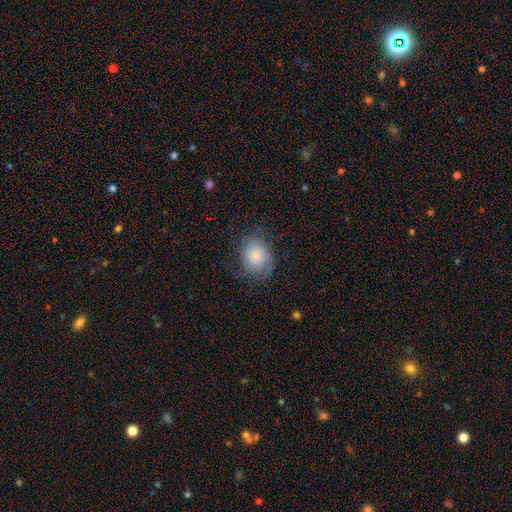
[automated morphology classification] This is possibly a smooth galaxy (60%). How rounded: likely in between (61%). Merging: likely none (61%).